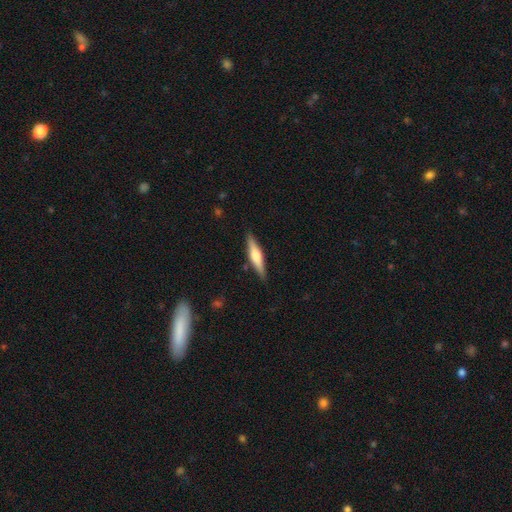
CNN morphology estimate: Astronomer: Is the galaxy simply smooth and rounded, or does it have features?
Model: featured or disk — 51% (runner-up: smooth, 44%).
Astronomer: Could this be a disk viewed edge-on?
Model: yes — 96%.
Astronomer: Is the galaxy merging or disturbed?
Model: none — 88%.